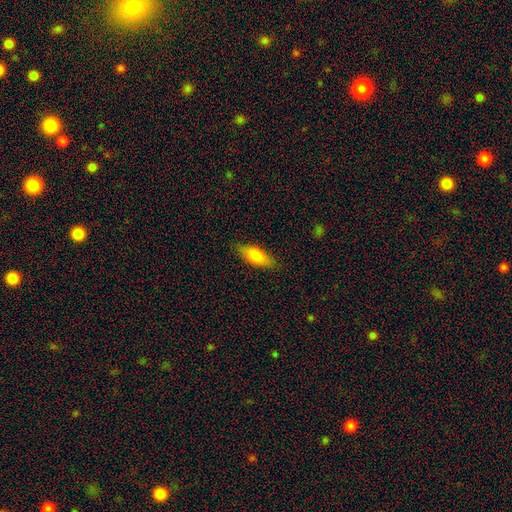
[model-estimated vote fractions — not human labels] smooth_or_featured: smooth (p=0.78) [alt: featured or disk p=0.15]
how_rounded: in between (p=0.75) [alt: cigar-shaped p=0.22]
merging: none (p=0.84) [alt: minor disturbance p=0.12]